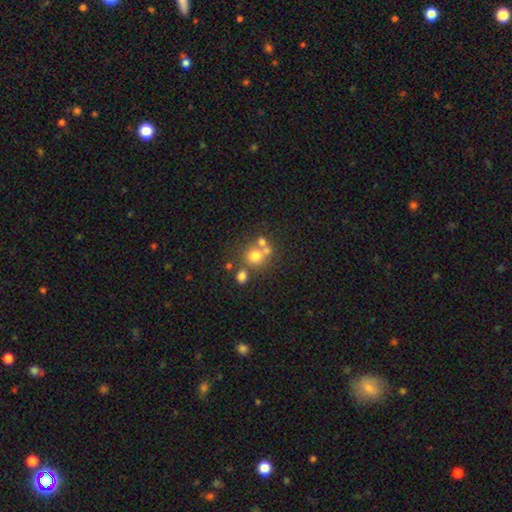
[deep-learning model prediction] Q: Smooth or featured?
A: smooth (66%); runner-up: featured or disk (18%)
Q: How rounded?
A: round (84%); runner-up: in between (15%)
Q: Merging?
A: none (50%); runner-up: merger (36%)